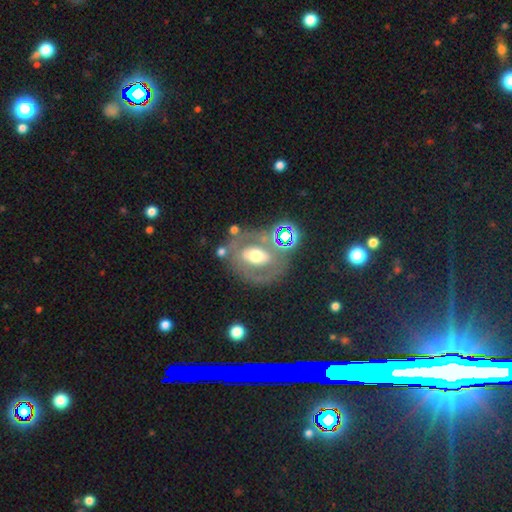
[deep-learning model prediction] Smooth or featured? Predicted: featured or disk (p=0.58). Edge-on disk? Predicted: no (p=0.94). Bar? Predicted: no (p=0.53). Spiral arms? Predicted: no (p=0.68). Bulge size? Predicted: moderate (p=0.65). Merging? Predicted: none (p=0.62).